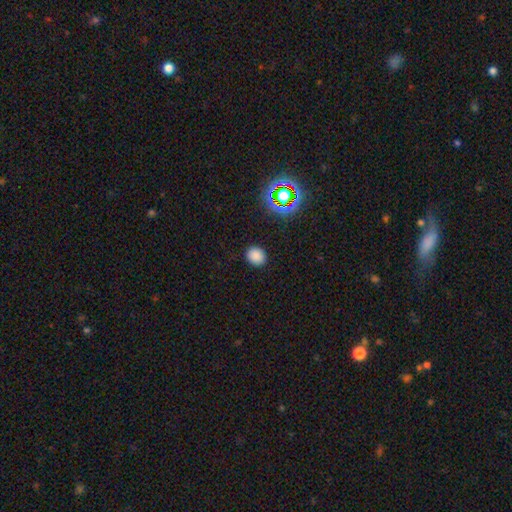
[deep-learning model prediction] smooth-or-featured: smooth: 82% | star or artifact: 14% | featured or disk: 4%
  how-rounded: round: 62% | in between: 38% | cigar-shaped: 1%
  merging: none: 89% | minor disturbance: 7% | major disturbance: 2% | merger: 1%